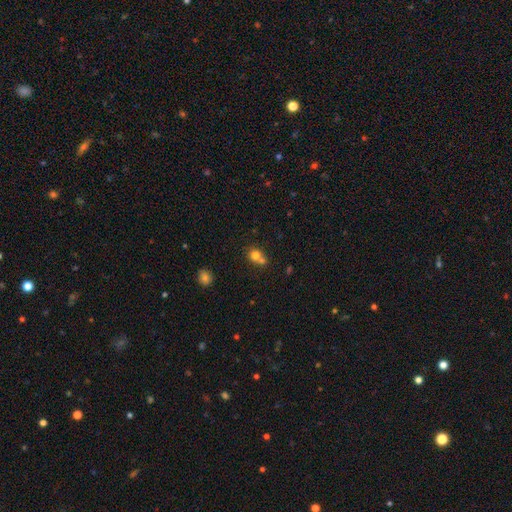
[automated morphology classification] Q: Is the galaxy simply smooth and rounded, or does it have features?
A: smooth — 76%.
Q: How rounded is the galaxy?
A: round — 78%.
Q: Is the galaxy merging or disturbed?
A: merger — 49%.